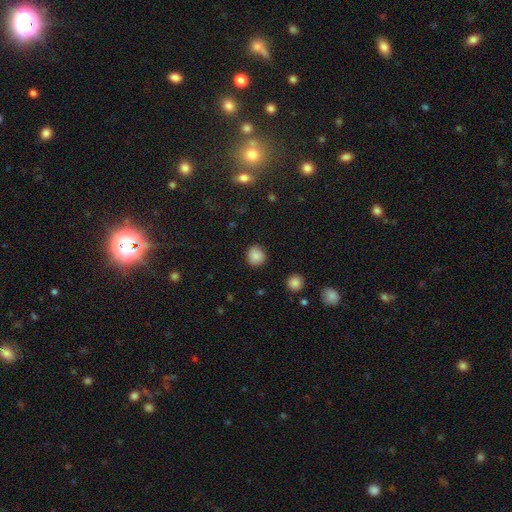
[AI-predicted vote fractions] Q: Smooth or featured?
A: smooth (87%); runner-up: star or artifact (10%)
Q: How rounded?
A: round (86%); runner-up: in between (13%)
Q: Merging?
A: none (87%); runner-up: minor disturbance (9%)